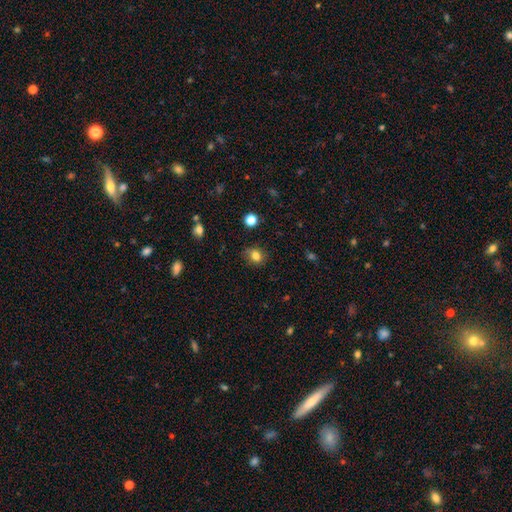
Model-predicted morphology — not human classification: type=smooth (82%); roundness=round (63%); merging=none (78%).